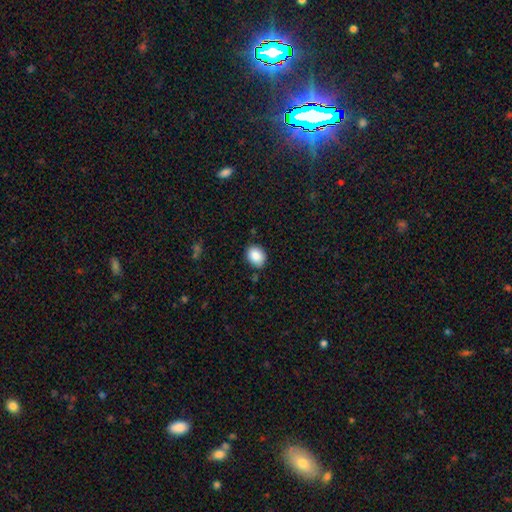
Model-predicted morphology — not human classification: Q: Smooth or featured?
A: smooth (87%); runner-up: star or artifact (8%)
Q: How rounded?
A: in between (51%); runner-up: round (48%)
Q: Merging?
A: none (84%); runner-up: minor disturbance (12%)